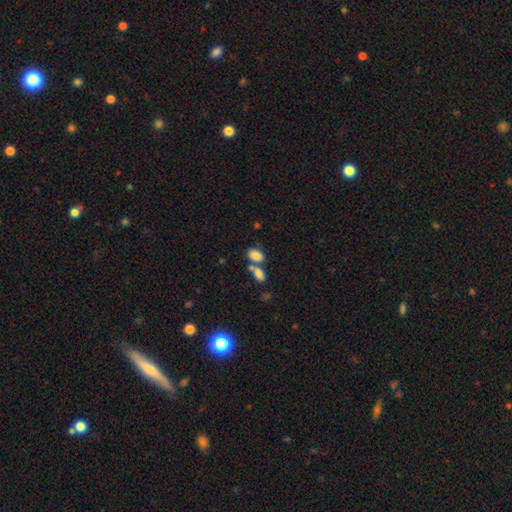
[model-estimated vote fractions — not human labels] This is clearly a smooth galaxy (83%). How rounded: clearly in between (89%). Merging: possibly merger (48%).